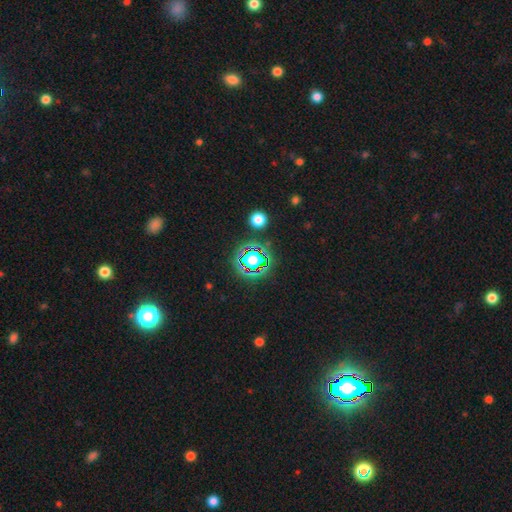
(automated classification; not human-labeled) This is likely a star or artifact rather than a galaxy (79%).